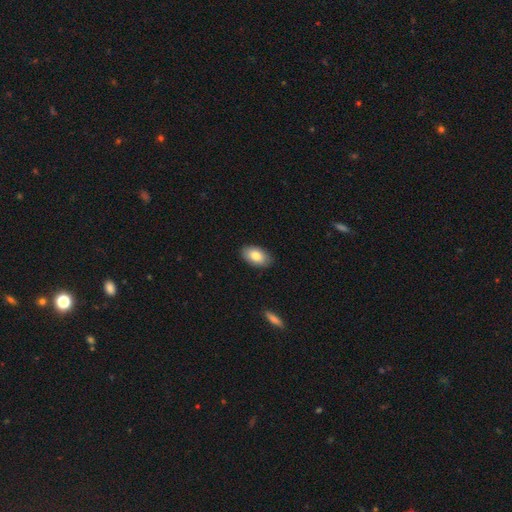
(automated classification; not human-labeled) Morphology: type=smooth (82%); roundness=in between (93%); merging=none (88%).